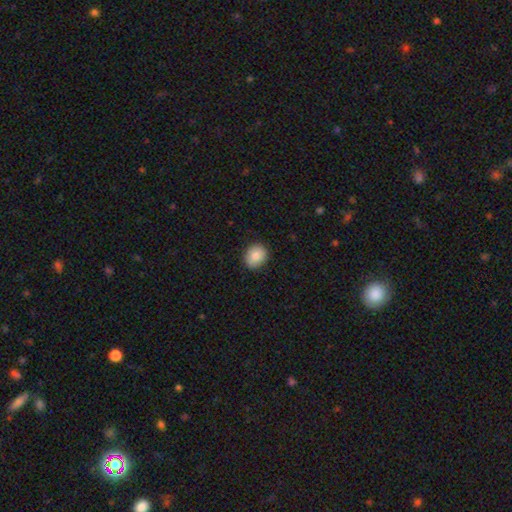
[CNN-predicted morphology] Smooth or featured?
  - smooth: 86% *
  - star or artifact: 8%
  - featured or disk: 7%
How rounded?
  - round: 65% *
  - in between: 34%
  - cigar-shaped: 1%
Merging?
  - none: 87% *
  - minor disturbance: 10%
  - major disturbance: 2%
  - merger: 1%